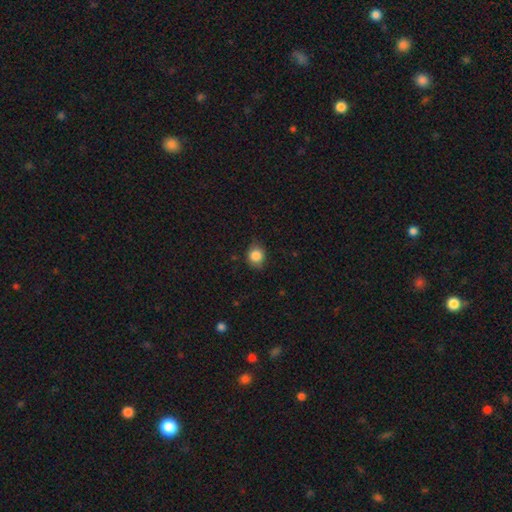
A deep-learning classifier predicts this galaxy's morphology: type=smooth (85%); roundness=round (70%); merging=none (77%).